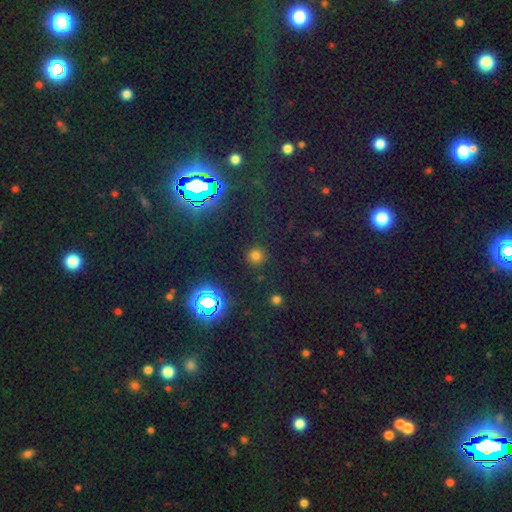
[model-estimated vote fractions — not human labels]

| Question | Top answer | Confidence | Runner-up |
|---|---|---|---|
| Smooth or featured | smooth | 68% | star or artifact (26%) |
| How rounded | round | 94% | in between (5%) |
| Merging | none | 89% | minor disturbance (6%) |